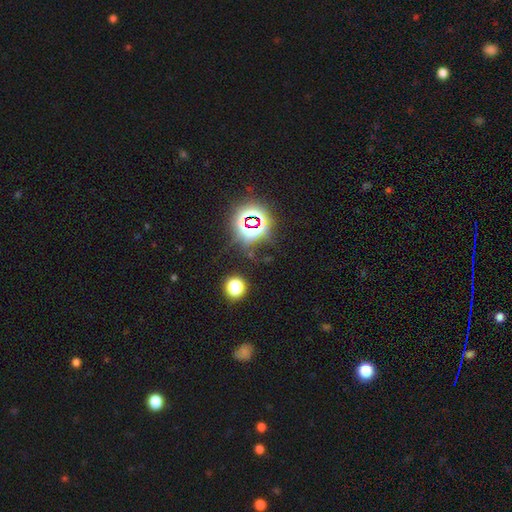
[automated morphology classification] Smooth or featured?
  - star or artifact: 80% *
  - smooth: 13%
  - featured or disk: 7%